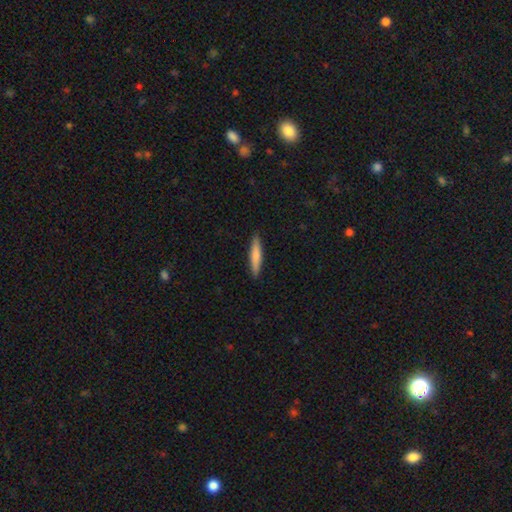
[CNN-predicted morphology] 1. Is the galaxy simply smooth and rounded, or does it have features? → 76% smooth, 18% featured or disk, 5% star or artifact.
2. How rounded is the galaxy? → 89% cigar-shaped, 10% in between, 1% round.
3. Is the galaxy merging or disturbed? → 91% none, 7% minor disturbance, 1% major disturbance, 1% merger.